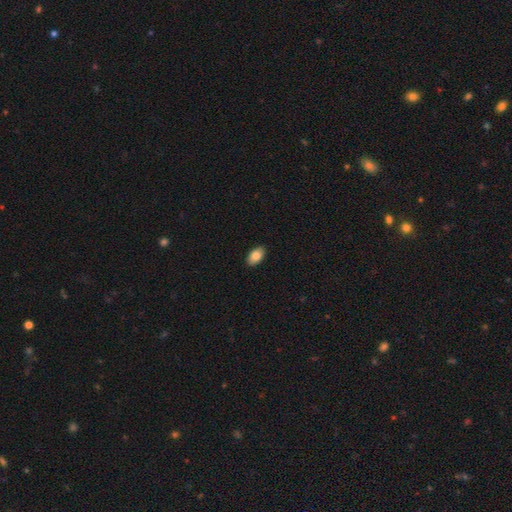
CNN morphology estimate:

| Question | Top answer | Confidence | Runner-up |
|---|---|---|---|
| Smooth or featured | smooth | 84% | featured or disk (9%) |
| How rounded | in between | 94% | round (4%) |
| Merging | none | 90% | minor disturbance (8%) |